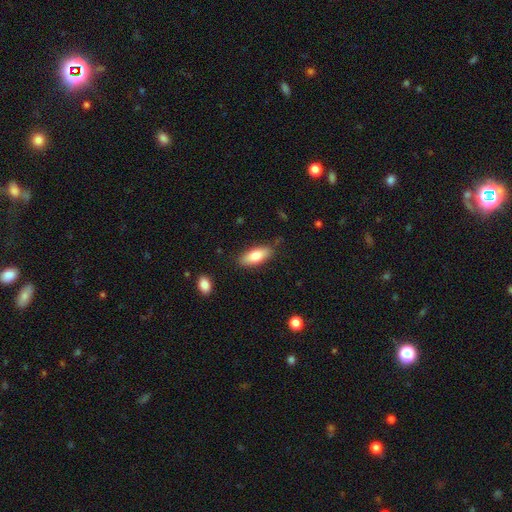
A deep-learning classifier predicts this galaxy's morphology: smooth_or_featured: smooth (p=0.75) [alt: featured or disk p=0.19]
how_rounded: in between (p=0.76) [alt: cigar-shaped p=0.22]
merging: none (p=0.83) [alt: minor disturbance p=0.13]